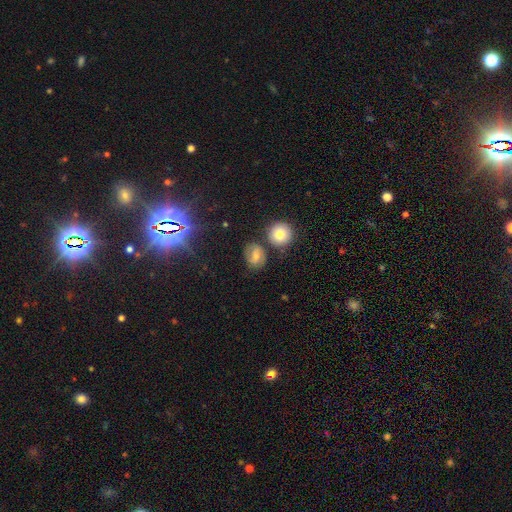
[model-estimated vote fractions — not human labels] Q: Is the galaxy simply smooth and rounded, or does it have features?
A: smooth — 56%.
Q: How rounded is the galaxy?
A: round — 58%.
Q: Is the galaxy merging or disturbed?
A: none — 68%.